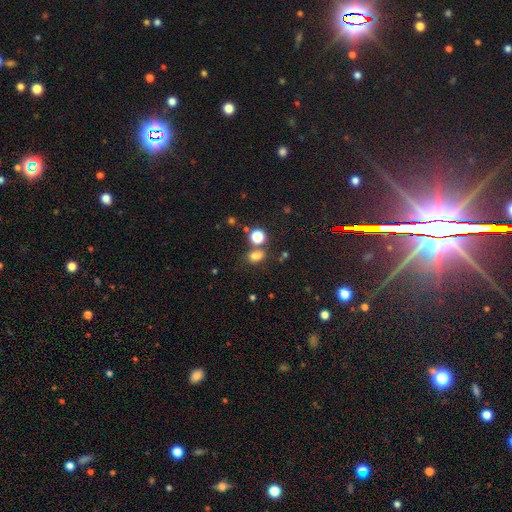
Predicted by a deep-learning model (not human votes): smooth 74%, star or artifact 20%, featured or disk 6%. Down the decision tree: how rounded — in between (70%); merging — none (64%).